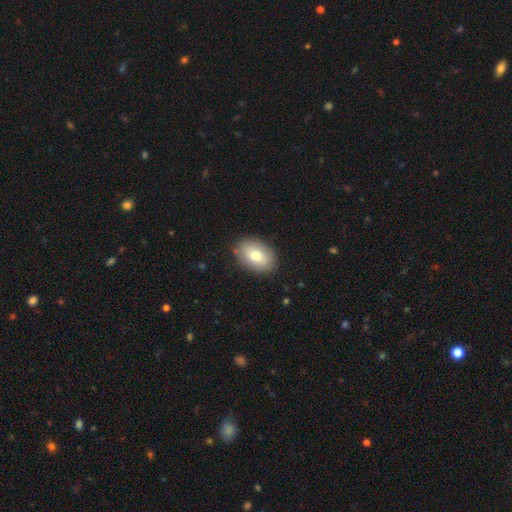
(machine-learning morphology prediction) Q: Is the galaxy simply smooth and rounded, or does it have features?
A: smooth — 77%.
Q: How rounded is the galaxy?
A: in between — 88%.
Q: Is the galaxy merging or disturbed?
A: none — 87%.